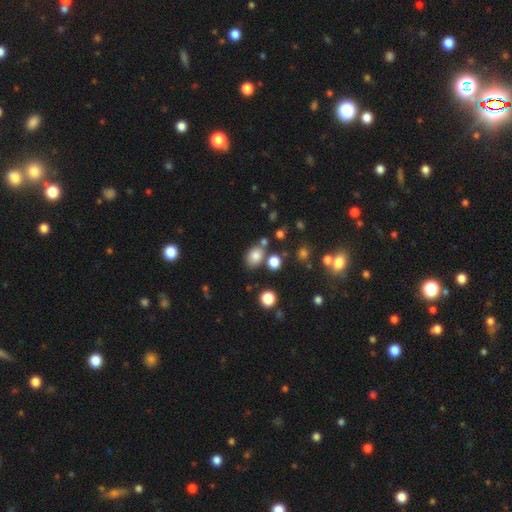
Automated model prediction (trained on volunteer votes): Q: Smooth or featured?
A: smooth (80%); runner-up: star or artifact (13%)
Q: How rounded?
A: in between (66%); runner-up: round (32%)
Q: Merging?
A: none (67%); runner-up: merger (15%)